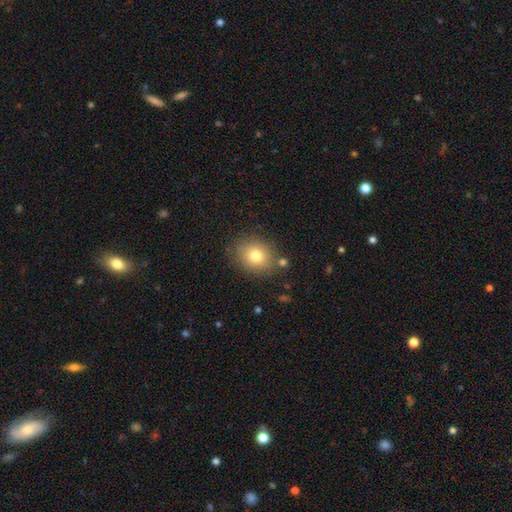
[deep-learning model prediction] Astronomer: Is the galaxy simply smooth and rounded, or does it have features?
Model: smooth — 78%.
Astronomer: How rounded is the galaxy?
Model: round — 65%.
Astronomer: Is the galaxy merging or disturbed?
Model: none — 80%.